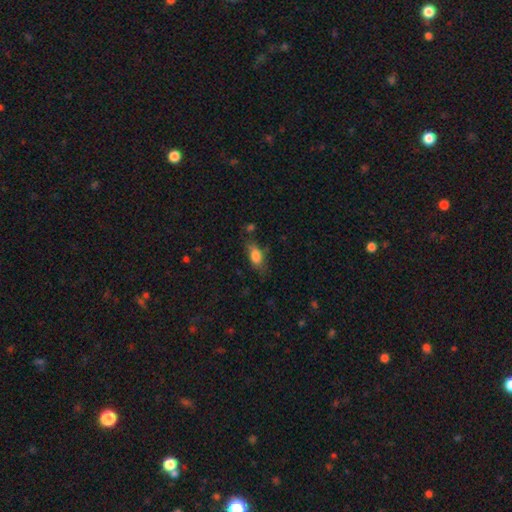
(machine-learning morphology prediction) type=smooth (77%); roundness=in between (82%); merging=none (59%).